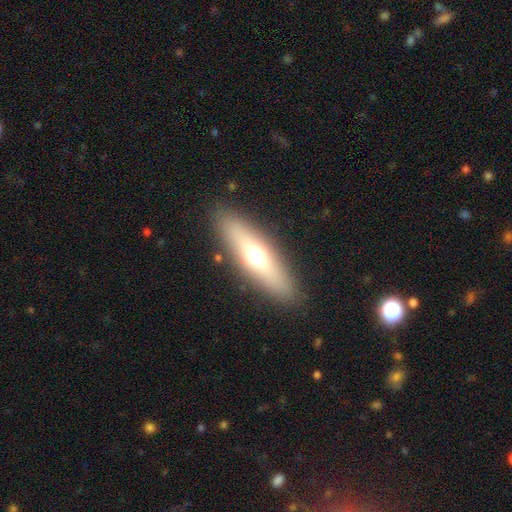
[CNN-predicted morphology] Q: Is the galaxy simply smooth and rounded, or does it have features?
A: smooth — 56%.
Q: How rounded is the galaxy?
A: cigar-shaped — 54%.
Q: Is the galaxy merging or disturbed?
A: none — 88%.